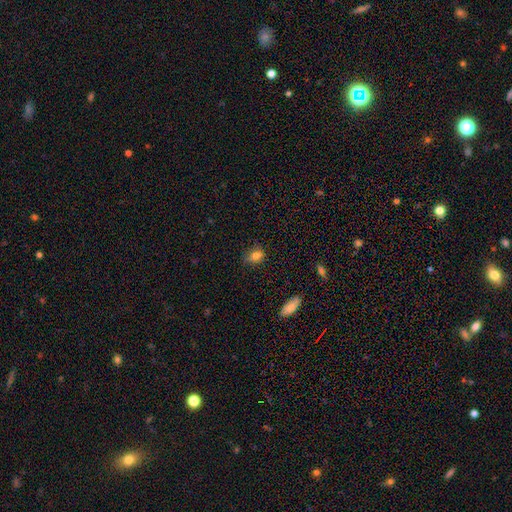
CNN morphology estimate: smooth_or_featured: smooth (p=0.76) [alt: star or artifact p=0.13]
how_rounded: in between (p=0.67) [alt: round p=0.30]
merging: none (p=0.59) [alt: minor disturbance p=0.24]